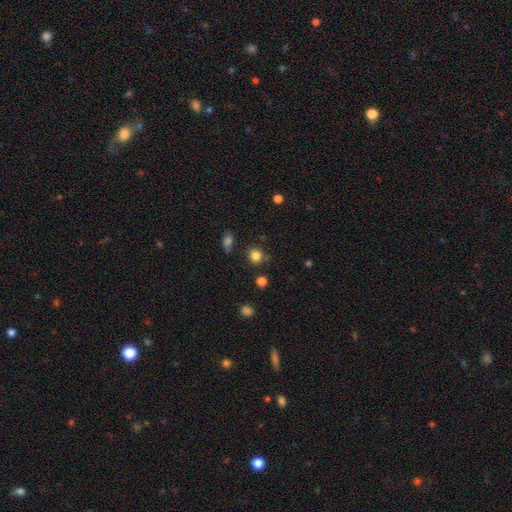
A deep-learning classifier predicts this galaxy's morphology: A smooth galaxy with no disk features (83%) that is round (87%). Merging: none (81%).